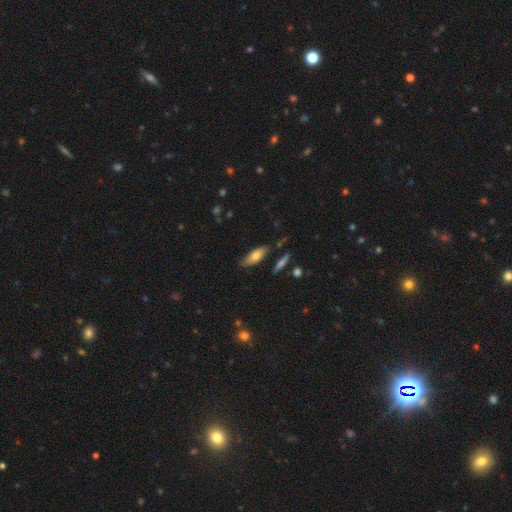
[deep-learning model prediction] Smooth or featured?
  - smooth: 69% *
  - featured or disk: 24%
  - star or artifact: 7%
How rounded?
  - in between: 64% *
  - cigar-shaped: 34%
  - round: 3%
Merging?
  - none: 77% *
  - minor disturbance: 16%
  - merger: 4%
  - major disturbance: 3%